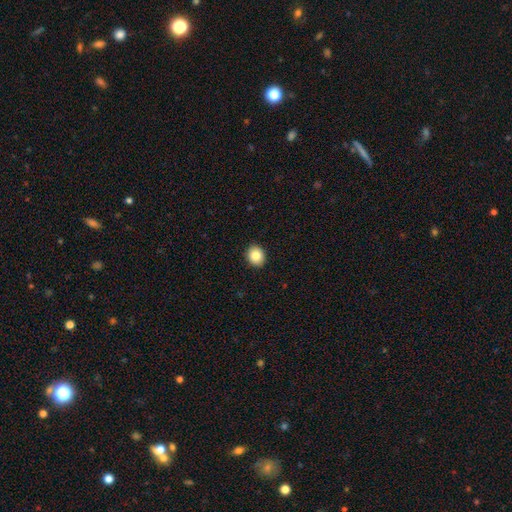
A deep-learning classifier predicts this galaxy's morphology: Smooth or featured? Predicted: smooth (p=0.85). How rounded? Predicted: round (p=0.70). Merging? Predicted: none (p=0.92).